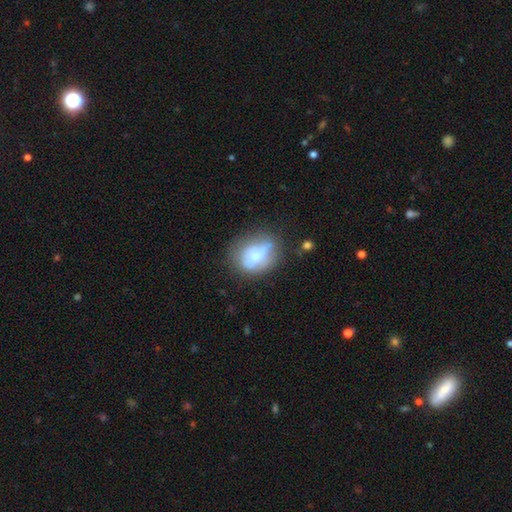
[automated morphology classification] Q: Smooth or featured?
A: smooth (51%); runner-up: featured or disk (40%)
Q: How rounded?
A: round (52%); runner-up: in between (47%)
Q: Merging?
A: none (44%); runner-up: minor disturbance (28%)